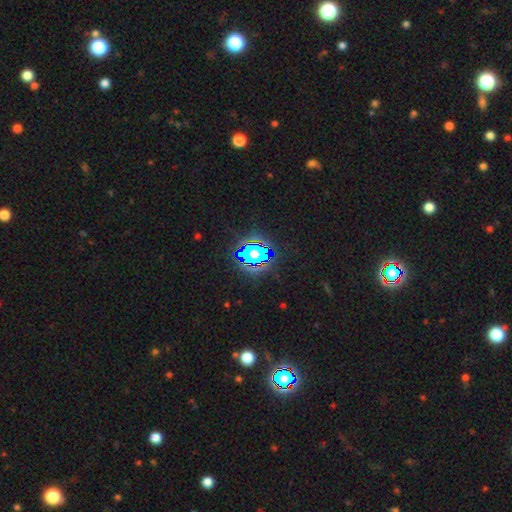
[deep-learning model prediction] Smooth or featured?
  - star or artifact: 80% *
  - smooth: 12%
  - featured or disk: 8%